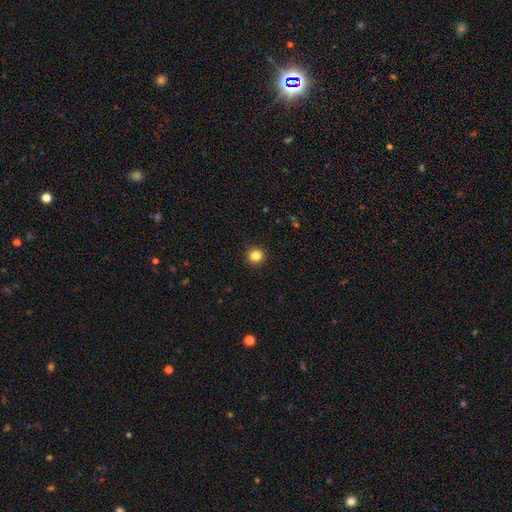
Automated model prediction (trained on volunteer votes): A smooth galaxy with no disk features (85%) that is round (92%). Merging: none (93%).